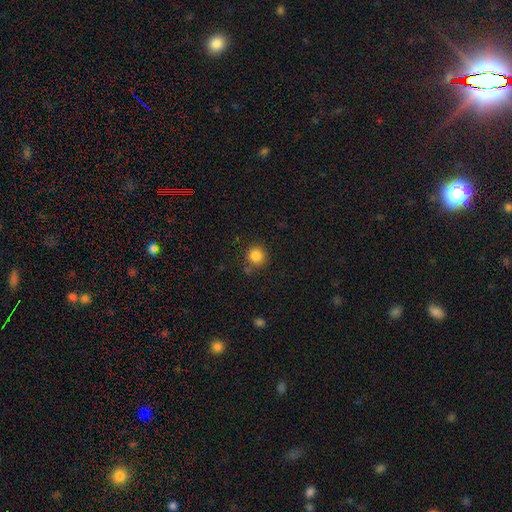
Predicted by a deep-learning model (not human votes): Morphology: type=smooth (85%); roundness=round (90%); merging=none (79%).